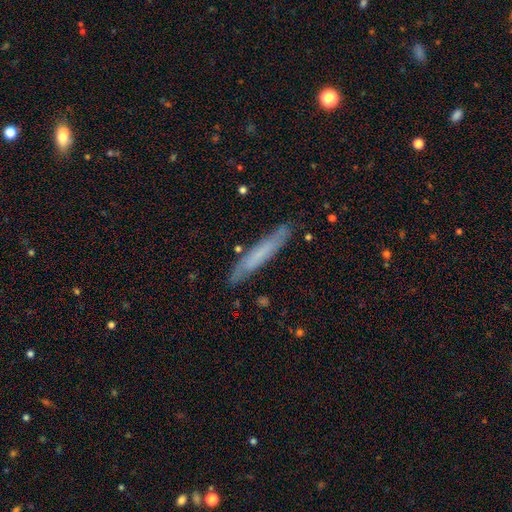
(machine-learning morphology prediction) type=smooth (52%); roundness=cigar-shaped (93%); merging=none (85%).